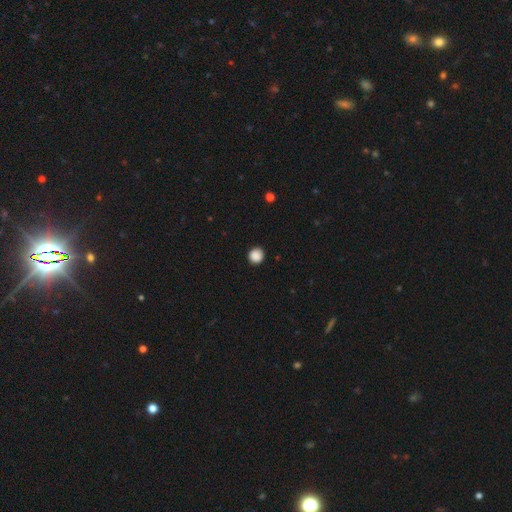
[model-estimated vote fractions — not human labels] Q: Smooth or featured?
A: smooth (88%); runner-up: star or artifact (10%)
Q: How rounded?
A: round (93%); runner-up: in between (6%)
Q: Merging?
A: none (92%); runner-up: minor disturbance (6%)